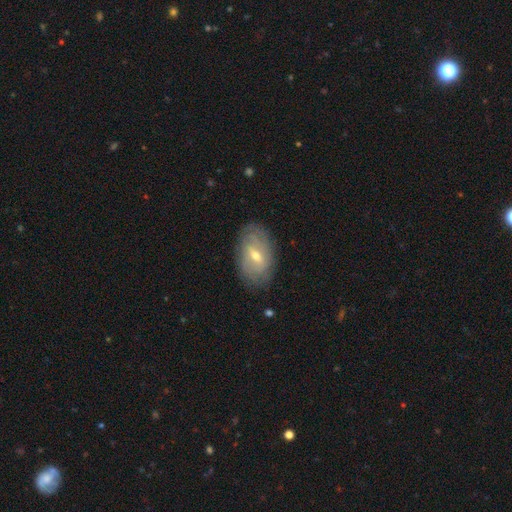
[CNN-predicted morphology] A featured or disk galaxy (65%) with a weak bar (54%), spiral arms (72%) and a moderate central bulge (53%). Merging: none (80%).